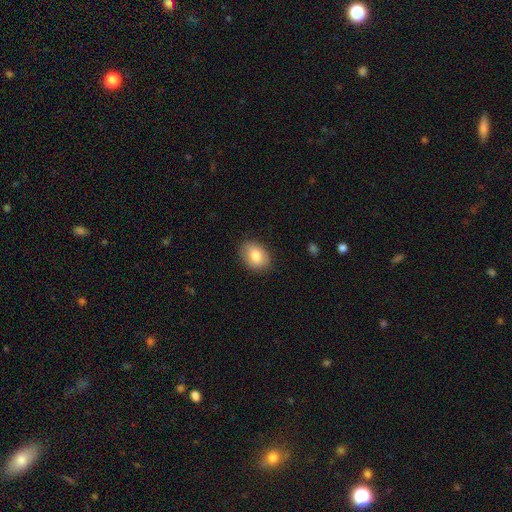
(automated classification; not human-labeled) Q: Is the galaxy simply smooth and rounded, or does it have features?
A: smooth — 83%.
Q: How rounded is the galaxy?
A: in between — 73%.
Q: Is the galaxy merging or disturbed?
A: none — 86%.